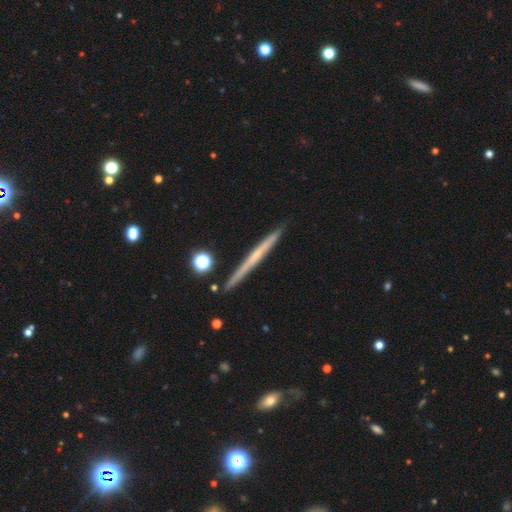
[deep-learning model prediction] smooth-or-featured: featured or disk: 64% | smooth: 29% | star or artifact: 7%
  disk-edge-on: yes: 98% | no: 2%
    edge-on-bulge: none: 66% | rounded: 30% | boxy: 4%
  merging: none: 91% | minor disturbance: 7% | merger: 2% | major disturbance: 1%